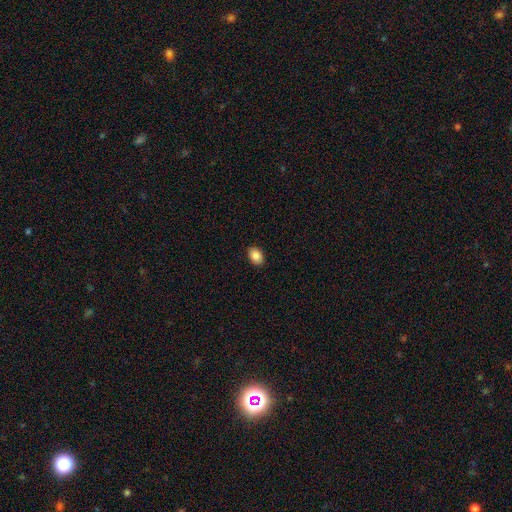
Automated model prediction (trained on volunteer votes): Q: Smooth or featured?
A: smooth (88%); runner-up: star or artifact (8%)
Q: How rounded?
A: in between (81%); runner-up: round (17%)
Q: Merging?
A: none (90%); runner-up: minor disturbance (7%)